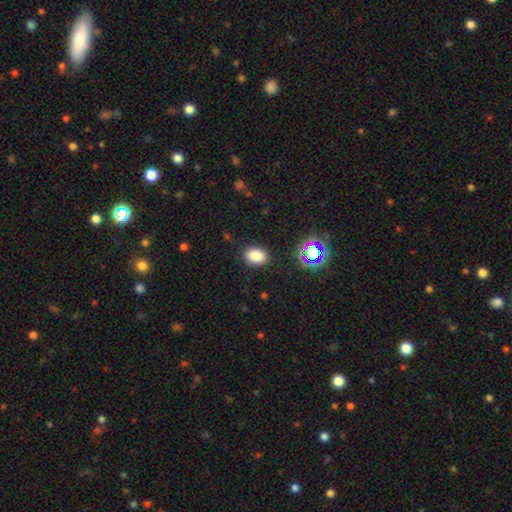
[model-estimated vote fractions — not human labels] Smooth or featured? Predicted: smooth (p=0.80). How rounded? Predicted: in between (p=0.67). Merging? Predicted: none (p=0.85).